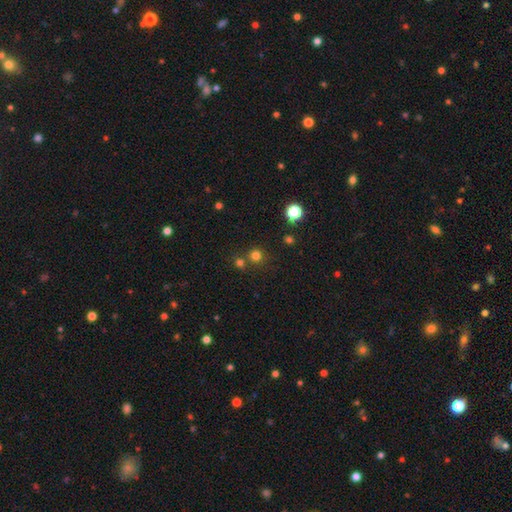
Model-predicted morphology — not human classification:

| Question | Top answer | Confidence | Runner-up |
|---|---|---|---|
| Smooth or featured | smooth | 72% | star or artifact (22%) |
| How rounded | round | 93% | in between (6%) |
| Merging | none | 72% | merger (19%) |